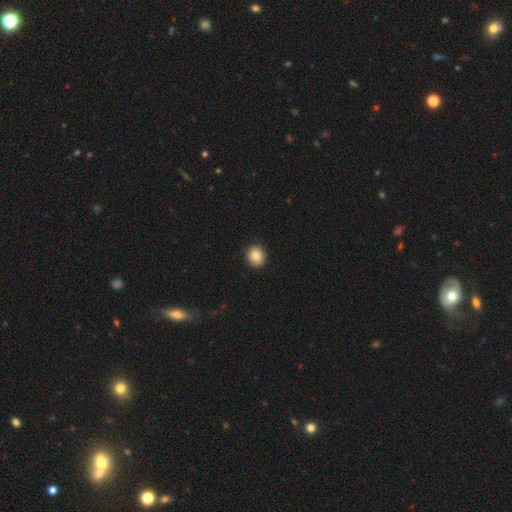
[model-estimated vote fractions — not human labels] smooth-or-featured: smooth: 85% | star or artifact: 9% | featured or disk: 6%
  how-rounded: round: 84% | in between: 15% | cigar-shaped: 1%
  merging: none: 92% | minor disturbance: 6% | major disturbance: 2% | merger: 1%